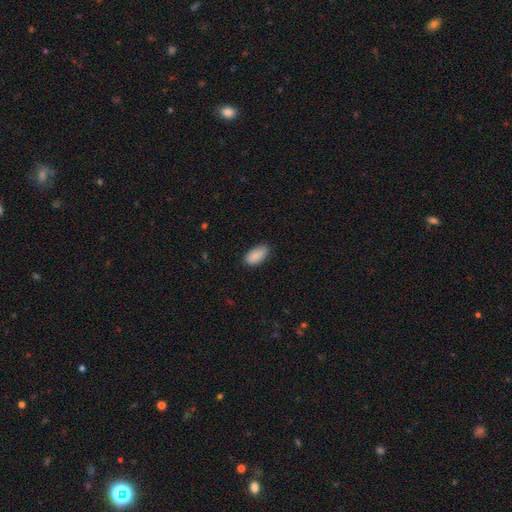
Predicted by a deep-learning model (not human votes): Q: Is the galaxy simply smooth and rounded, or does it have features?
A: smooth — 88%.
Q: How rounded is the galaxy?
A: in between — 92%.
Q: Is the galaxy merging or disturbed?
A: none — 77%.